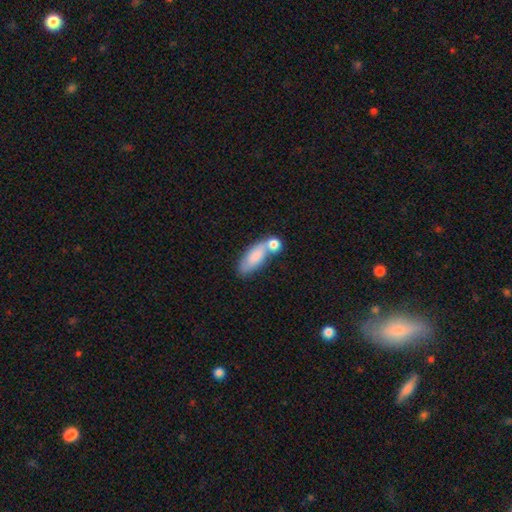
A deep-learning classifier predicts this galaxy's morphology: Smooth or featured: smooth — 78% (featured or disk — 16%)
How rounded: in between — 74% (cigar-shaped — 22%)
Merging: merger — 45% (none — 35%)